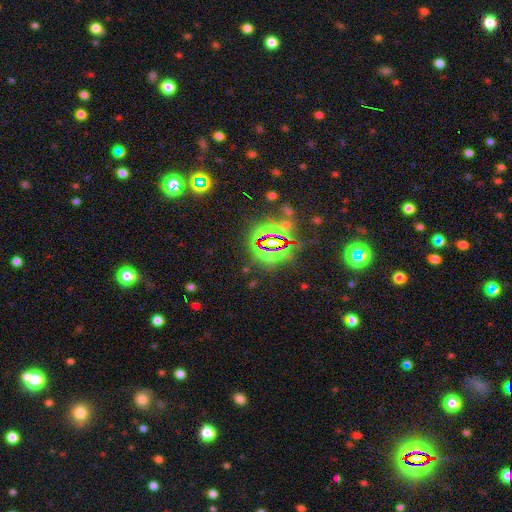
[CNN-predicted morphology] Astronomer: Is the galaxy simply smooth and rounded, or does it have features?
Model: star or artifact — 82%.